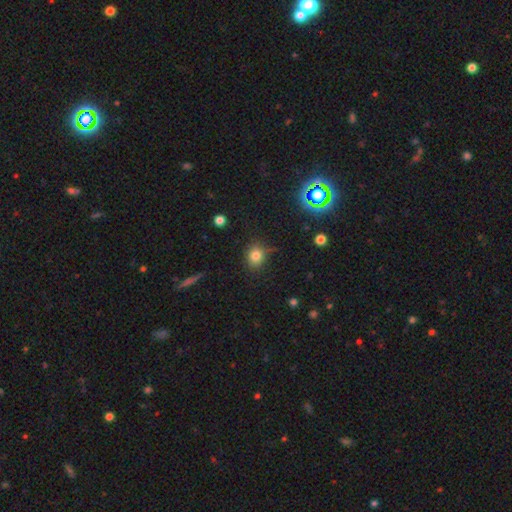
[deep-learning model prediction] Smooth or featured: smooth — 78% (star or artifact — 15%)
How rounded: round — 75% (in between — 24%)
Merging: none — 74% (minor disturbance — 18%)